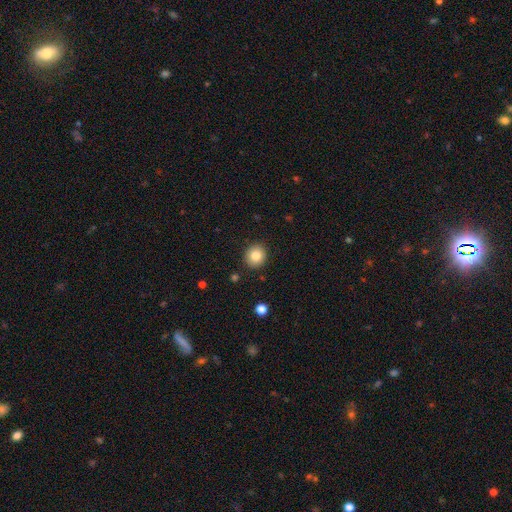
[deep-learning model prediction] Overall: smooth (83%). How rounded: round (85%). Merging: none (90%).